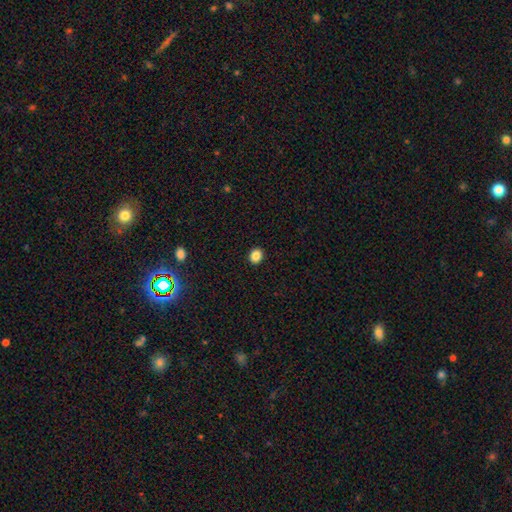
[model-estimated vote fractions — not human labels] smooth-or-featured: smooth: 86% | star or artifact: 10% | featured or disk: 4%
  how-rounded: round: 70% | in between: 29% | cigar-shaped: 1%
  merging: none: 92% | minor disturbance: 5% | major disturbance: 2% | merger: 1%